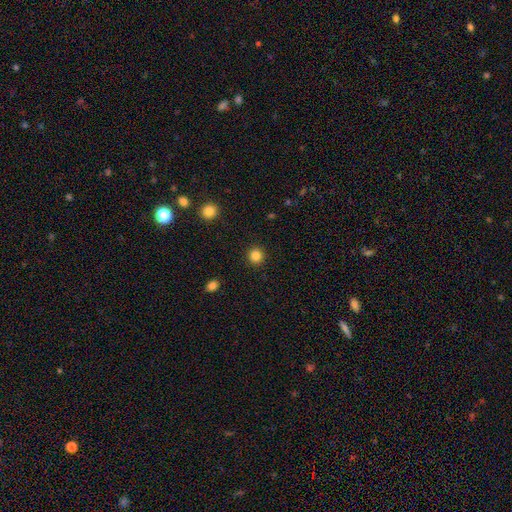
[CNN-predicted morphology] Q: Smooth or featured?
A: smooth (84%); runner-up: star or artifact (11%)
Q: How rounded?
A: round (94%); runner-up: in between (6%)
Q: Merging?
A: none (93%); runner-up: minor disturbance (5%)